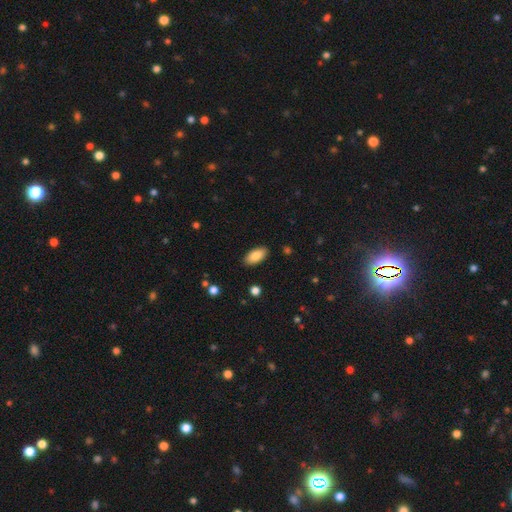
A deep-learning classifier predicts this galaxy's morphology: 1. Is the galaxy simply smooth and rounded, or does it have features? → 86% smooth, 7% featured or disk, 7% star or artifact.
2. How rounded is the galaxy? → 92% in between, 6% cigar-shaped, 2% round.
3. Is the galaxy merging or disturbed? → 88% none, 9% minor disturbance, 2% major disturbance, 1% merger.